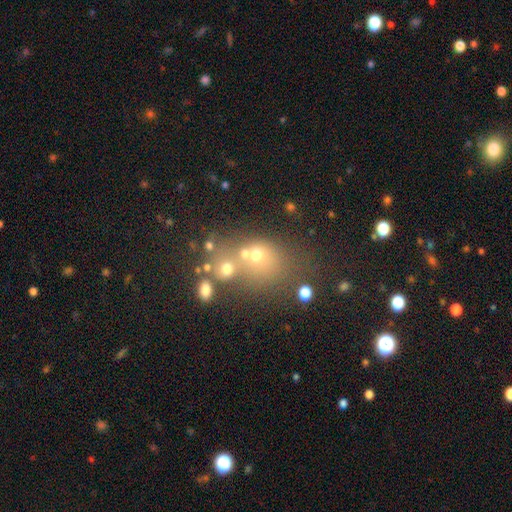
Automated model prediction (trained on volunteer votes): The model was most divided on "merging": merger: 44%, none: 38%, minor disturbance: 10%, major disturbance: 8%. More confident: how rounded — round (61%); smooth or featured — smooth (52%).